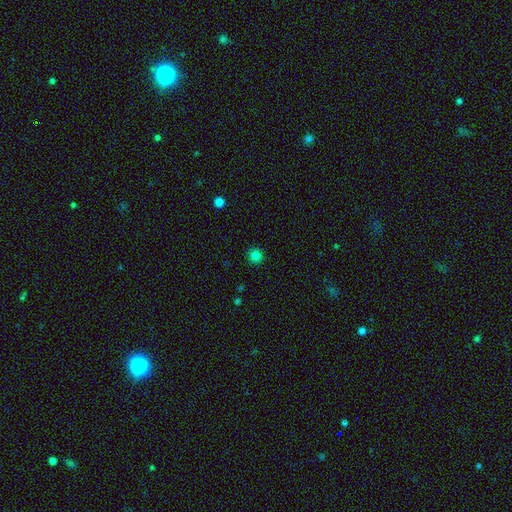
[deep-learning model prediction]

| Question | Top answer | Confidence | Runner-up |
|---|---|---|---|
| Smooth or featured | smooth | 82% | star or artifact (14%) |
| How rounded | round | 93% | in between (6%) |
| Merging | none | 92% | minor disturbance (6%) |